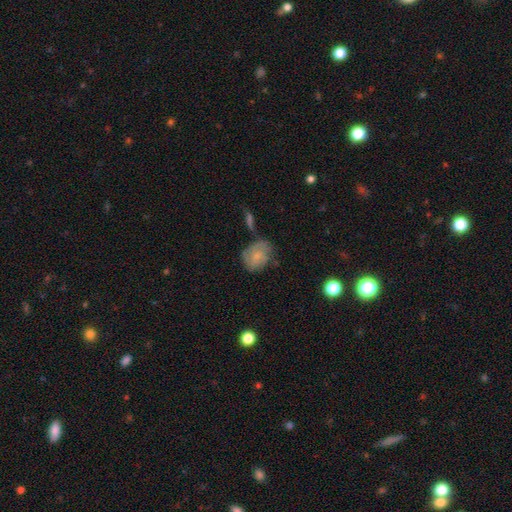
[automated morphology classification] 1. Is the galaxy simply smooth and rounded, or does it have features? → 52% smooth, 39% featured or disk, 9% star or artifact.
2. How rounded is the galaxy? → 53% in between, 46% round, 1% cigar-shaped.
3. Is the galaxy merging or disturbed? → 55% none, 28% minor disturbance, 12% major disturbance, 6% merger.